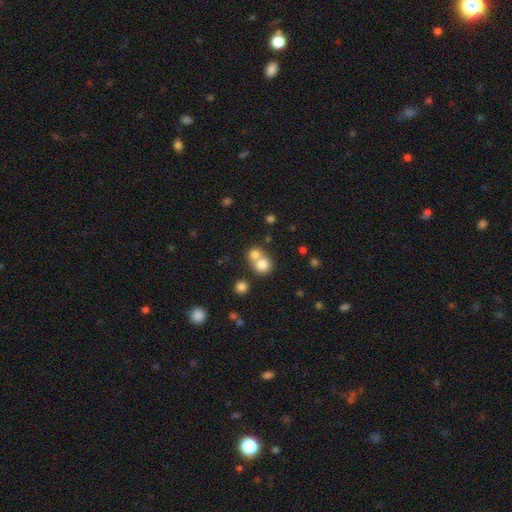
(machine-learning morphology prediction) This is likely a smooth galaxy (76%). How rounded: clearly round (82%). Merging: possibly merger (56%).